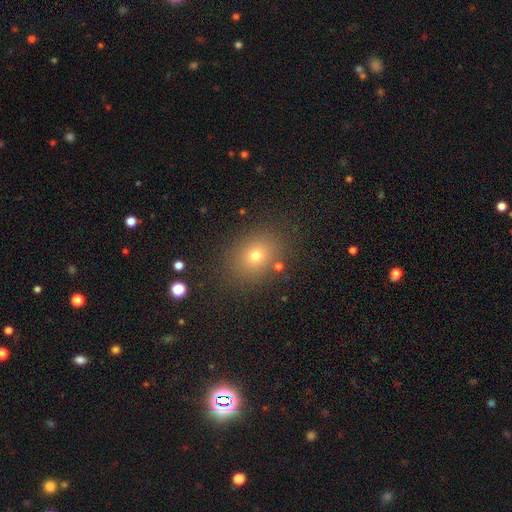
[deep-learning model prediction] smooth_or_featured: smooth (p=0.71) [alt: star or artifact p=0.18]
how_rounded: round (p=0.54) [alt: in between p=0.45]
merging: none (p=0.84) [alt: minor disturbance p=0.09]